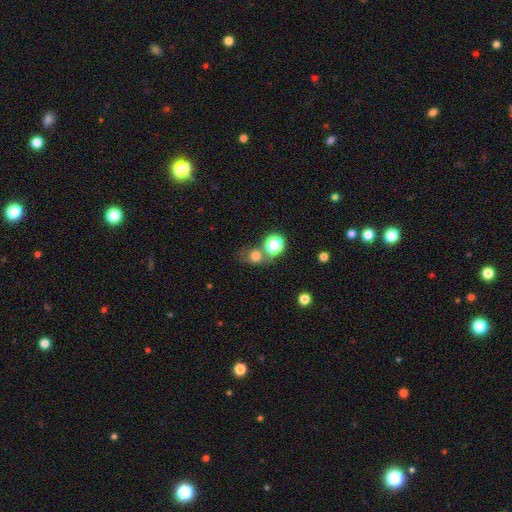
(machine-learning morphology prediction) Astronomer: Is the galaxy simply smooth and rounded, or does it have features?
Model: smooth — 69%.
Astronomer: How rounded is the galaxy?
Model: round — 69%.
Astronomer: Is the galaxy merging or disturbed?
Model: none — 51% (runner-up: merger, 28%).